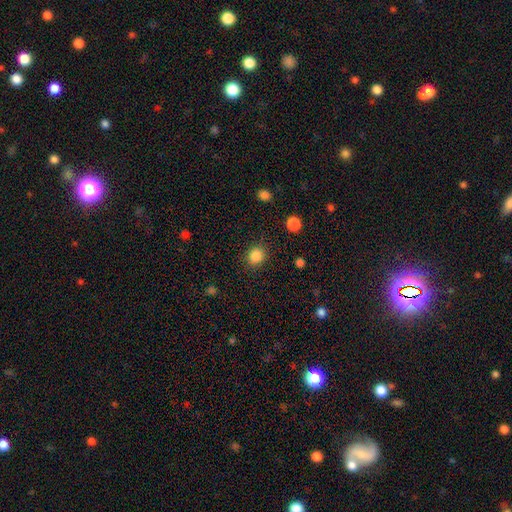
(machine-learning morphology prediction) smooth-or-featured: smooth: 86% | star or artifact: 11% | featured or disk: 3%
  how-rounded: round: 77% | in between: 22% | cigar-shaped: 1%
  merging: none: 87% | minor disturbance: 8% | major disturbance: 3% | merger: 1%